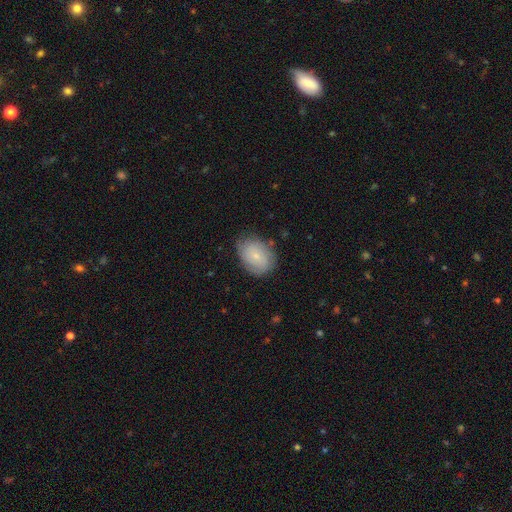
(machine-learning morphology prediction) A smooth galaxy with no disk features (66%) that is in between round and cigar-shaped (70%). Merging: none (72%).